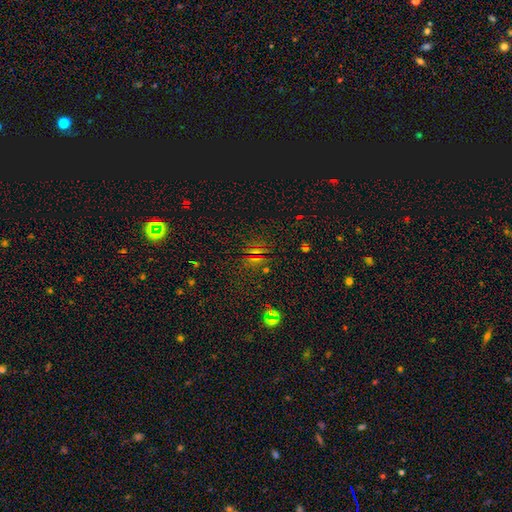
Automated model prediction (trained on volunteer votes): Smooth or featured: star or artifact — 53% (smooth — 38%)